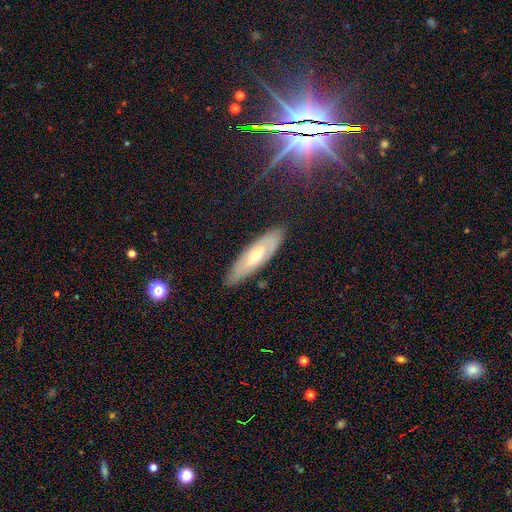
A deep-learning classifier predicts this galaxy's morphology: A featured or disk galaxy (58%). Merging: none (84%).